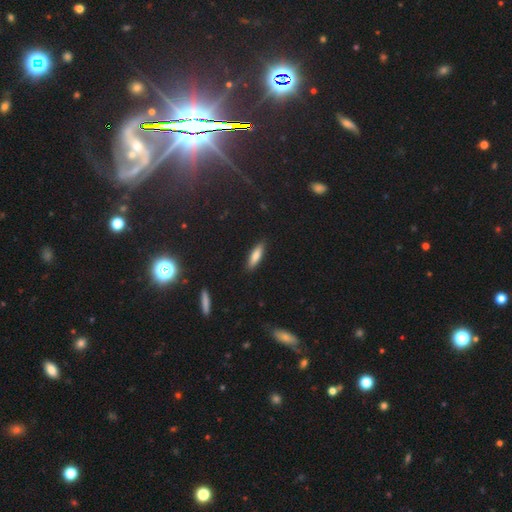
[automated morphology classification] type=smooth (79%); roundness=cigar-shaped (57%); merging=none (88%).